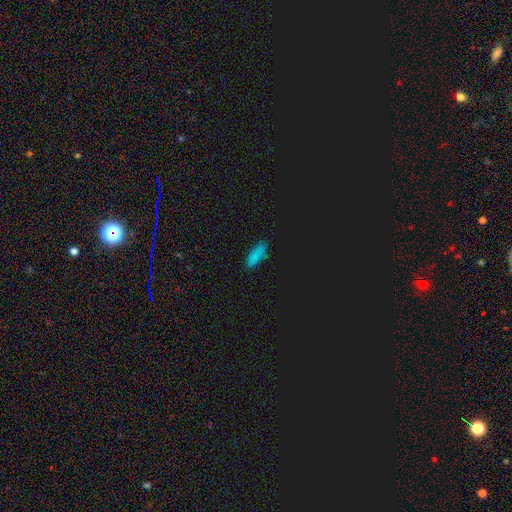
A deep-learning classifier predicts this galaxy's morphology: type=smooth (72%); roundness=in between (65%); merging=none (78%).